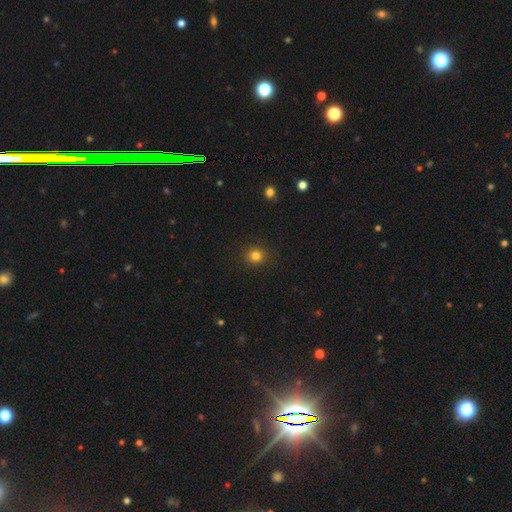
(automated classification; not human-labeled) smooth-or-featured: smooth: 82% | star or artifact: 14% | featured or disk: 5%
  how-rounded: round: 90% | in between: 9% | cigar-shaped: 1%
  merging: none: 91% | minor disturbance: 6% | major disturbance: 2% | merger: 1%